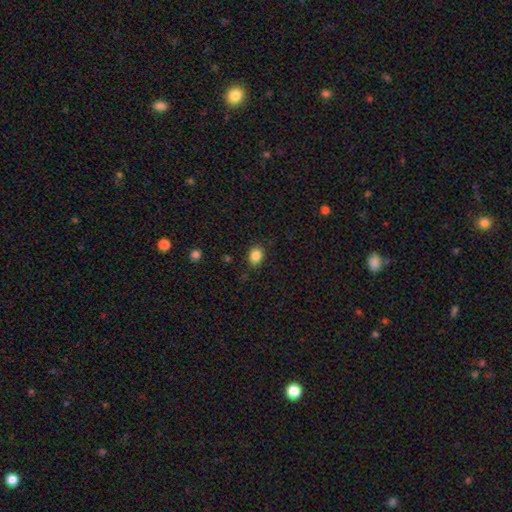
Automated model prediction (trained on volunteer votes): This appears to be a smooth galaxy with no disk features (85%) that is in between round and cigar-shaped (57%). Merging: none (84%).